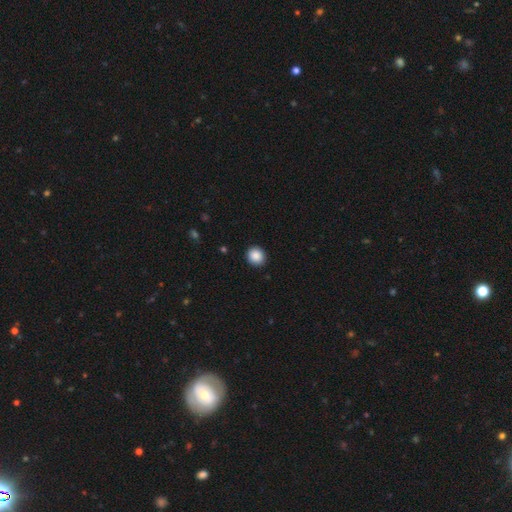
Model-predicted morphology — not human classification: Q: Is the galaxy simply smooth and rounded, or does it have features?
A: smooth — 88%.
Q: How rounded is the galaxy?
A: round — 91%.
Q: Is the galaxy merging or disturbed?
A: none — 92%.